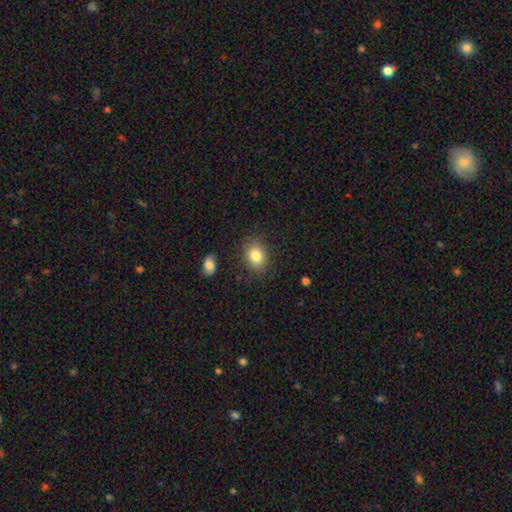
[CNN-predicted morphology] smooth-or-featured: smooth: 83% | star or artifact: 9% | featured or disk: 8%
  how-rounded: in between: 66% | round: 33% | cigar-shaped: 1%
  merging: none: 84% | minor disturbance: 11% | major disturbance: 3% | merger: 2%